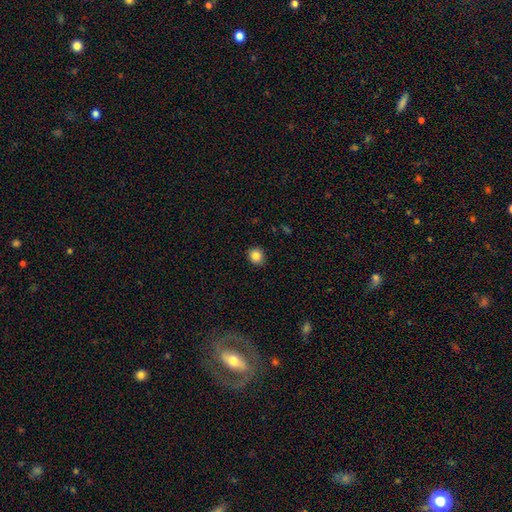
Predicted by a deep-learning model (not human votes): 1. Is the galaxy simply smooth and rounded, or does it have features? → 85% smooth, 10% star or artifact, 5% featured or disk.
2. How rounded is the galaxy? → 82% round, 17% in between, 1% cigar-shaped.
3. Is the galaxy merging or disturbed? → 90% none, 8% minor disturbance, 2% major disturbance, 1% merger.